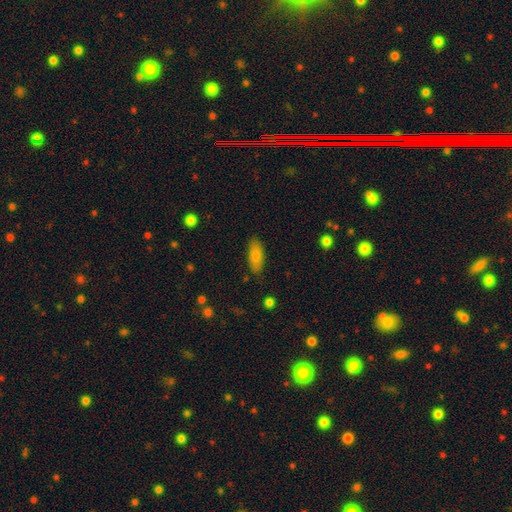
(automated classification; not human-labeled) Smooth or featured? Predicted: smooth (p=0.81). How rounded? Predicted: in between (p=0.75). Merging? Predicted: none (p=0.85).